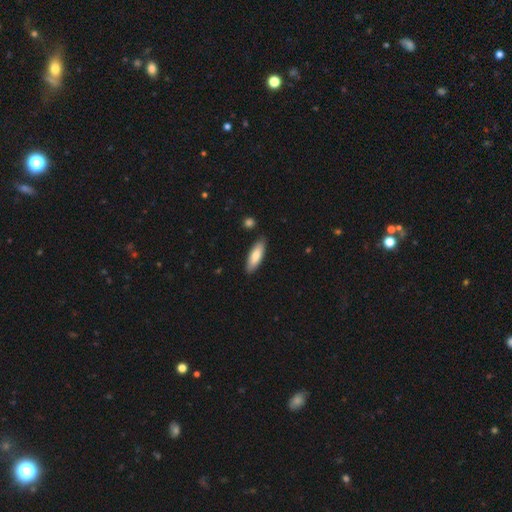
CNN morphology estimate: Smooth or featured? smooth (77%)
How rounded? in between (55%)
Merging? none (86%)